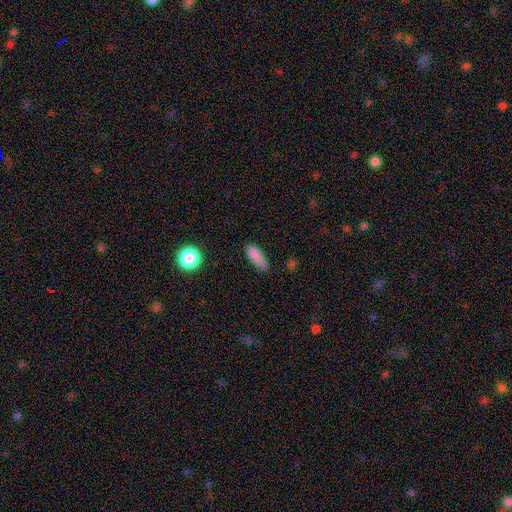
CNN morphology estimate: type=smooth (84%); roundness=in between (58%); merging=none (64%).